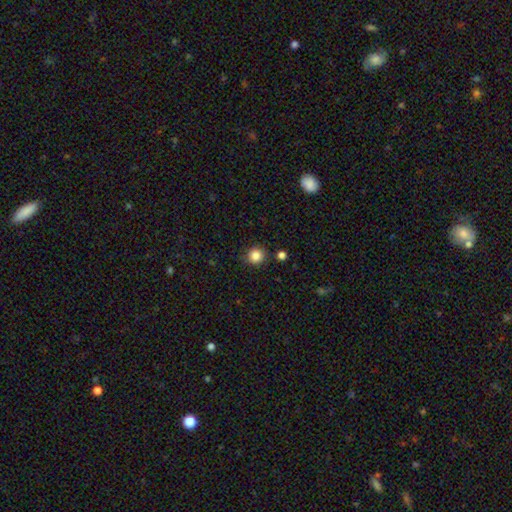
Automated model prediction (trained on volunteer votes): The model was most divided on "merging": none: 83%, minor disturbance: 11%, merger: 3%, major disturbance: 3%. More confident: how rounded — round (92%); smooth or featured — smooth (85%).